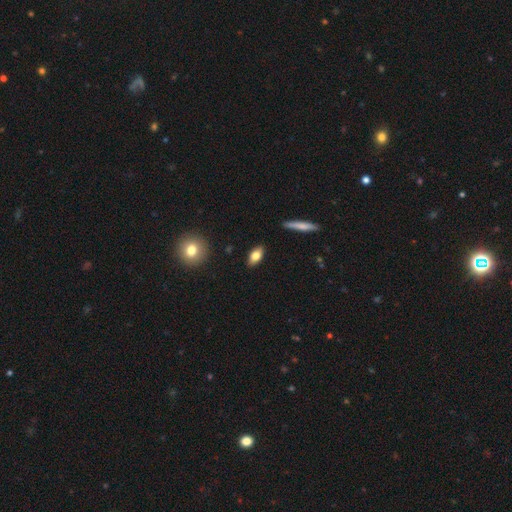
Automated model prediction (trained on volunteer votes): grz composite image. It shows a smooth galaxy with no disk features (75%) that is in between round and cigar-shaped (85%). Merging: none (88%).